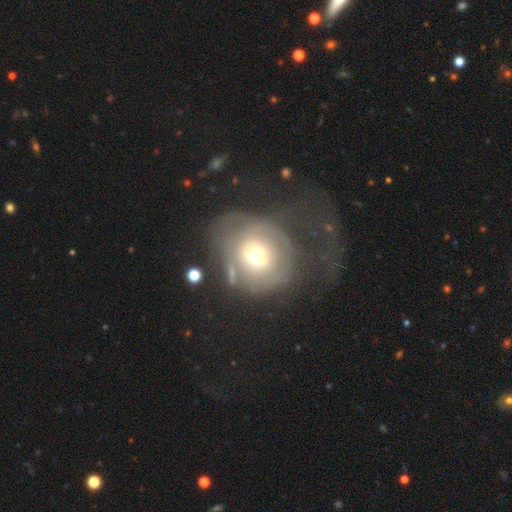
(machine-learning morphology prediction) This appears to be a smooth galaxy with no disk features (46%). Merging: major disturbance (51%).